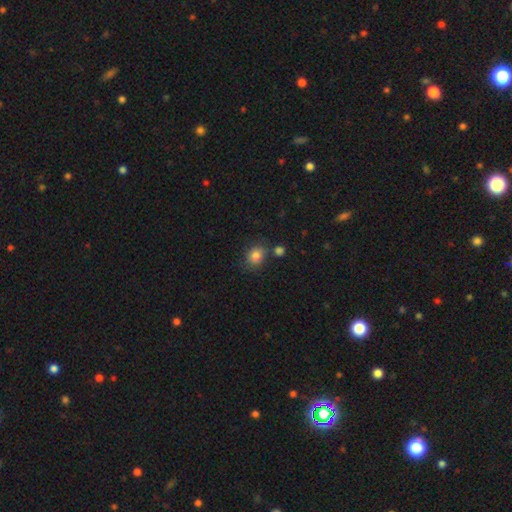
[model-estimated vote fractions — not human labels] smooth 83%, star or artifact 10%, featured or disk 7%. Down the decision tree: how rounded — round (66%); merging — none (72%).